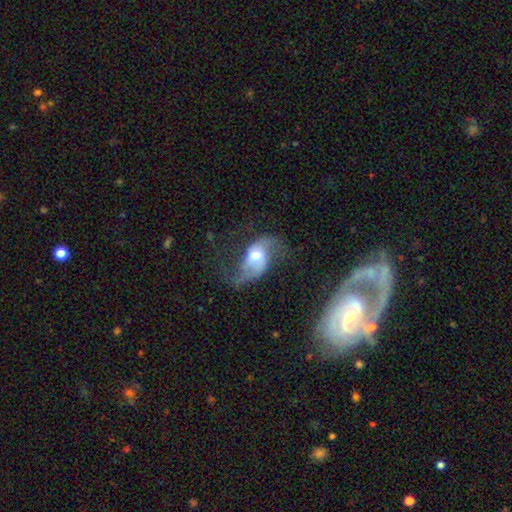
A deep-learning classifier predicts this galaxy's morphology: featured or disk 74%, smooth 19%, star or artifact 7%. Down the decision tree: edge-on disk — no (96%); bar — no (49%); spiral arms — yes (89%); spiral arm count — 2 (85%); spiral winding — loose (75%); bulge size — moderate (63%); merging — none (44%).